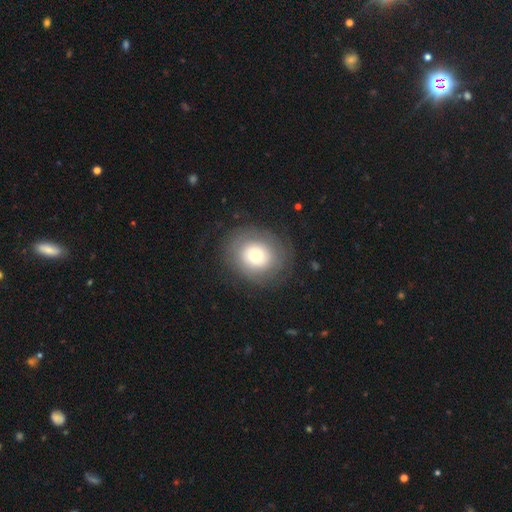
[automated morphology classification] Q: Smooth or featured?
A: smooth (65%); runner-up: featured or disk (26%)
Q: How rounded?
A: round (80%); runner-up: in between (19%)
Q: Merging?
A: none (81%); runner-up: minor disturbance (11%)